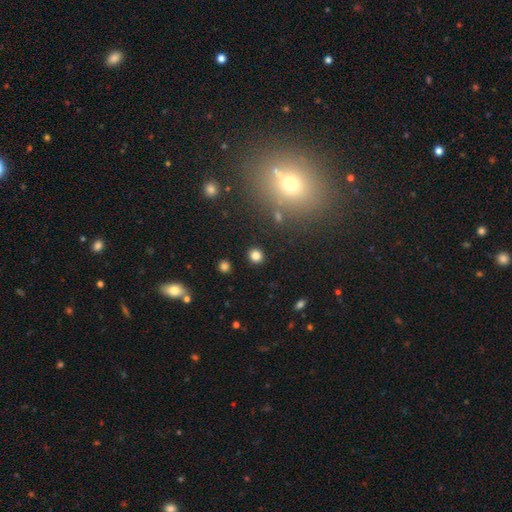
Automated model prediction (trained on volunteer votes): This is clearly a smooth galaxy (81%). How rounded: clearly round (81%). Merging: clearly none (89%).